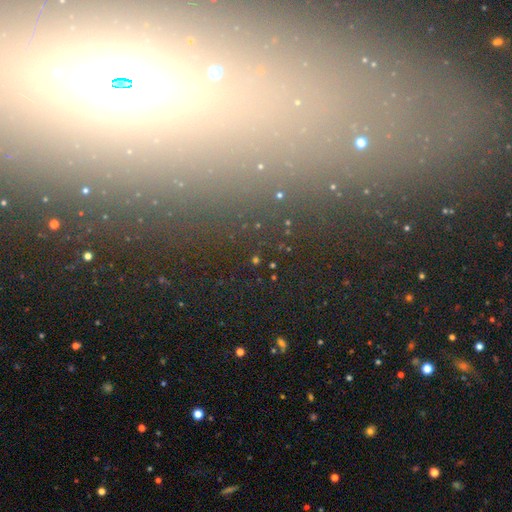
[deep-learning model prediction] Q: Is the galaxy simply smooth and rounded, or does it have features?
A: star or artifact — 63%.